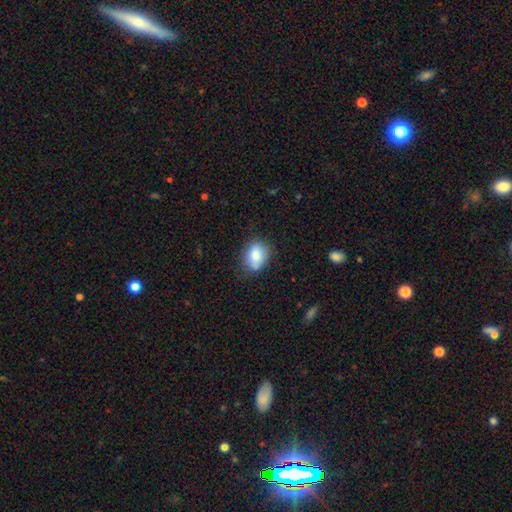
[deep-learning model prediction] Smooth or featured: smooth — 84% (featured or disk — 8%)
How rounded: in between — 67% (round — 32%)
Merging: none — 73% (minor disturbance — 21%)